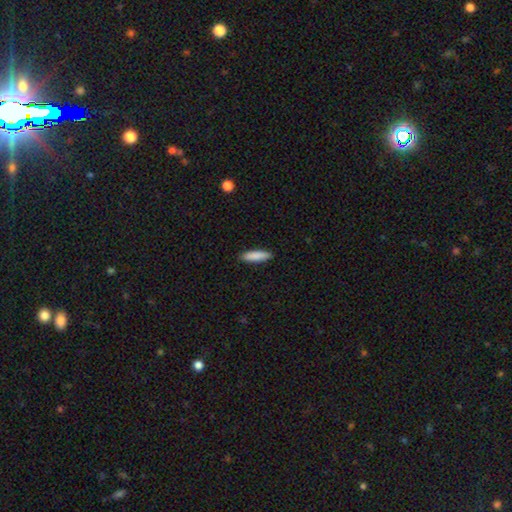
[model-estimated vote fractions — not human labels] The model was most divided on "how rounded": cigar-shaped: 71%, in between: 28%, round: 1%. More confident: merging — none (90%); smooth or featured — smooth (88%).